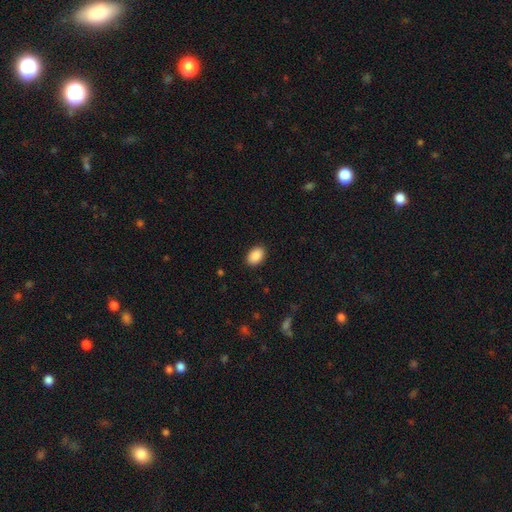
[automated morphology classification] Smooth or featured? smooth (90%)
How rounded? in between (86%)
Merging? none (90%)